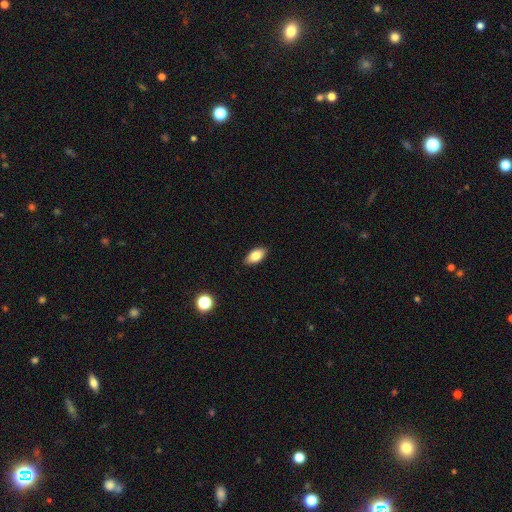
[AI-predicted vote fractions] Morphology: type=smooth (81%); roundness=in between (92%); merging=none (89%).